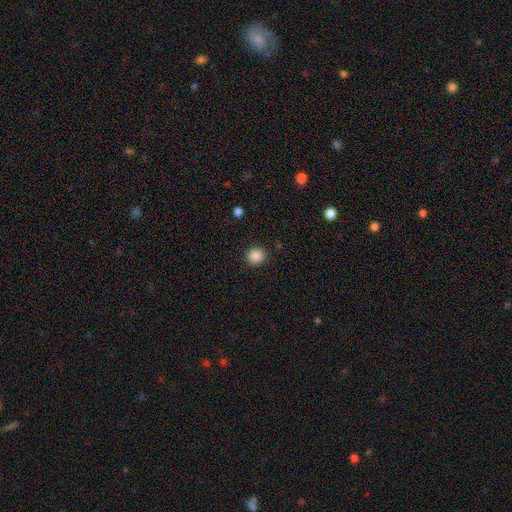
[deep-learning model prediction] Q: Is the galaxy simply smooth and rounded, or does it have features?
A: smooth — 87%.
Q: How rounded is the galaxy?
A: round — 83%.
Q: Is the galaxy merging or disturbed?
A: none — 90%.